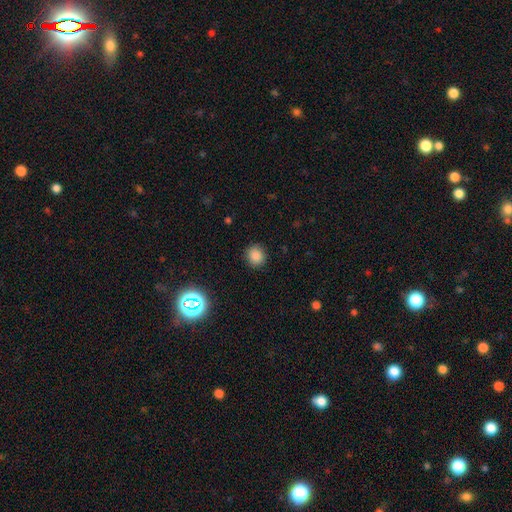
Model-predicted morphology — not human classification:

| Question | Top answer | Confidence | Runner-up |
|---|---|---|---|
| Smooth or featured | smooth | 84% | star or artifact (13%) |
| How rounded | round | 85% | in between (14%) |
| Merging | none | 89% | minor disturbance (8%) |